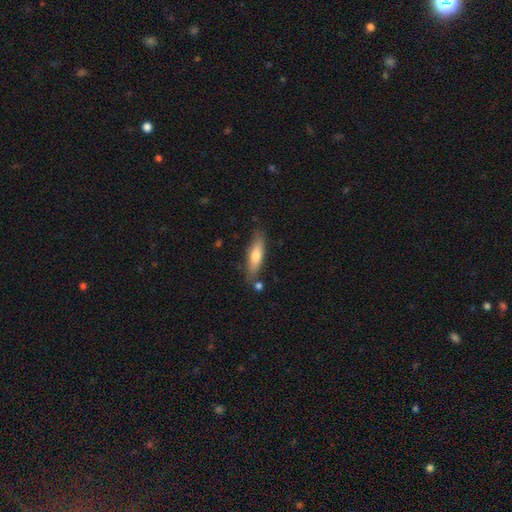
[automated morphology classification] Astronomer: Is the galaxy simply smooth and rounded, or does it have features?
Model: smooth — 66%.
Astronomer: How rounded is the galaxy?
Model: cigar-shaped — 66%.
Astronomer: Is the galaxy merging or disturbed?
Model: none — 76%.